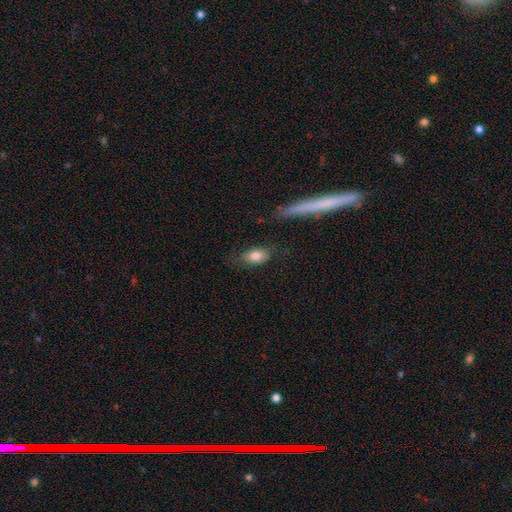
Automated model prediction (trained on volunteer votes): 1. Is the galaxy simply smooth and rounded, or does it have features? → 80% smooth, 12% featured or disk, 7% star or artifact.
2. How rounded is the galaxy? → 86% in between, 7% round, 7% cigar-shaped.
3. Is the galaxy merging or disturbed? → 71% none, 19% minor disturbance, 7% major disturbance, 3% merger.